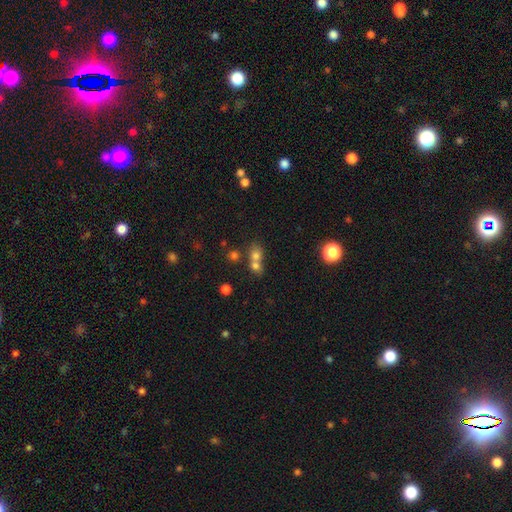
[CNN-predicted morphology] smooth 68%, star or artifact 18%, featured or disk 14%. Down the decision tree: how rounded — round (70%); merging — merger (61%).